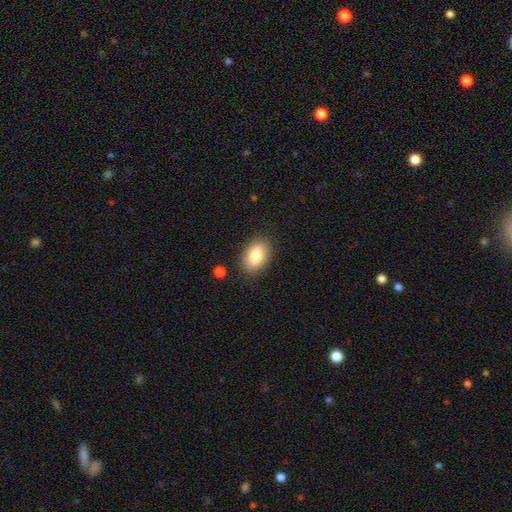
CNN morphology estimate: The model was most divided on "smooth or featured": smooth: 81%, featured or disk: 12%, star or artifact: 7%. More confident: how rounded — in between (87%); merging — none (86%).